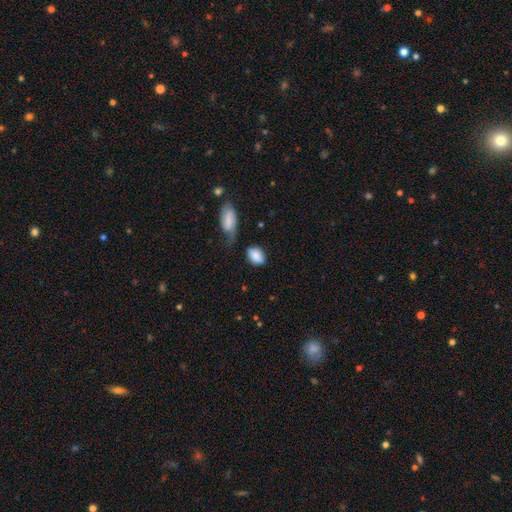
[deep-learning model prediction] Smooth or featured: smooth — 84% (featured or disk — 9%)
How rounded: in between — 86% (round — 12%)
Merging: none — 55% (minor disturbance — 24%)